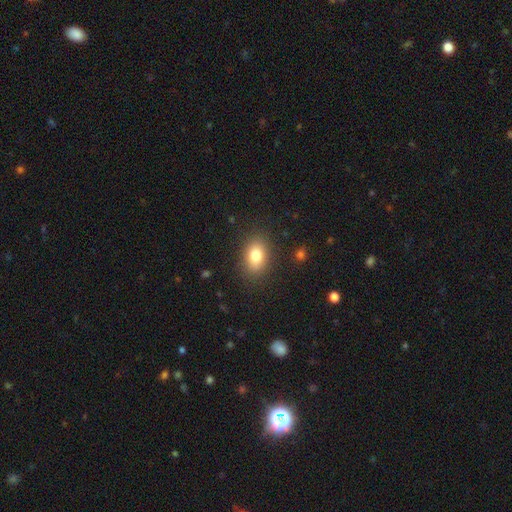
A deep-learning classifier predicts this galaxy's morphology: A smooth galaxy with no disk features (81%) that is in between round and cigar-shaped (81%).

Vote fractions:
- Smooth or featured? smooth: 81% / featured or disk: 10% / star or artifact: 9%
- How rounded? in between: 81% / round: 17% / cigar-shaped: 1%
- Merging? none: 86% / minor disturbance: 10% / major disturbance: 3% / merger: 1%